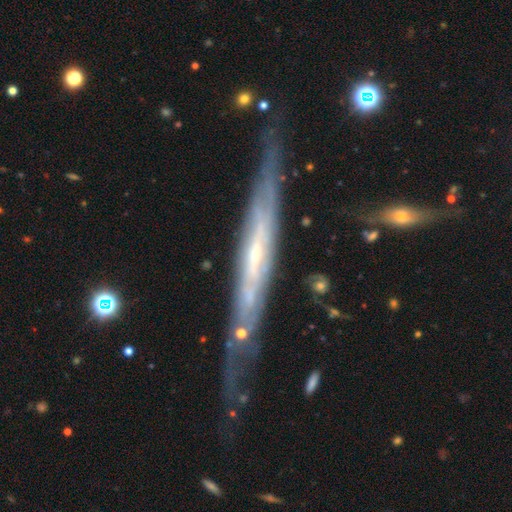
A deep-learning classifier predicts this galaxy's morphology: A featured or disk galaxy (80%) viewed edge-on (75%) with no central bulge (63%).

Vote fractions:
- Smooth or featured? featured or disk: 80% / smooth: 14% / star or artifact: 6%
- Edge-on disk? yes: 75% / no: 25%
- Edge-on bulge? none: 63% / rounded: 28% / boxy: 9%
- Merging? none: 68% / minor disturbance: 21% / major disturbance: 8% / merger: 3%